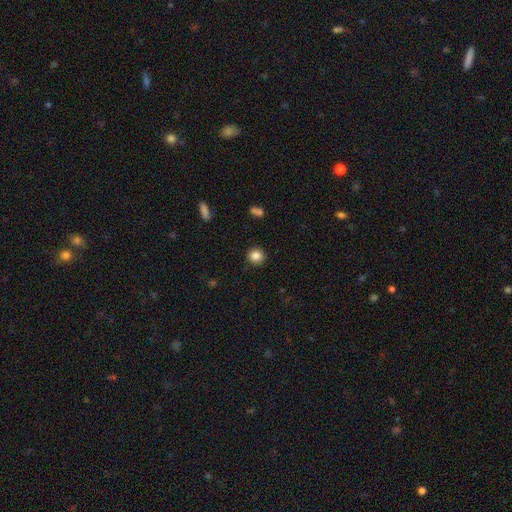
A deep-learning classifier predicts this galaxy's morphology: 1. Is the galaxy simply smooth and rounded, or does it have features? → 85% smooth, 10% star or artifact, 5% featured or disk.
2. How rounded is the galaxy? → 87% round, 12% in between, 1% cigar-shaped.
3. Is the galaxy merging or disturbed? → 90% none, 6% minor disturbance, 2% major disturbance, 1% merger.